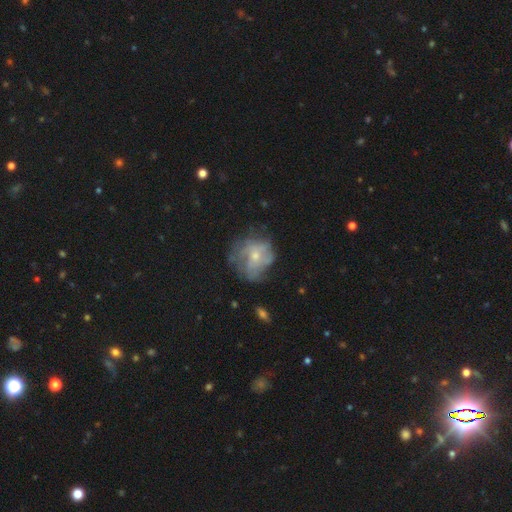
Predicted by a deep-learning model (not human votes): featured or disk 58%, smooth 31%, star or artifact 11%. Down the decision tree: edge-on disk — no (97%); bar — no (81%); spiral arms — yes (53%); bulge size — small (62%); merging — none (50%).